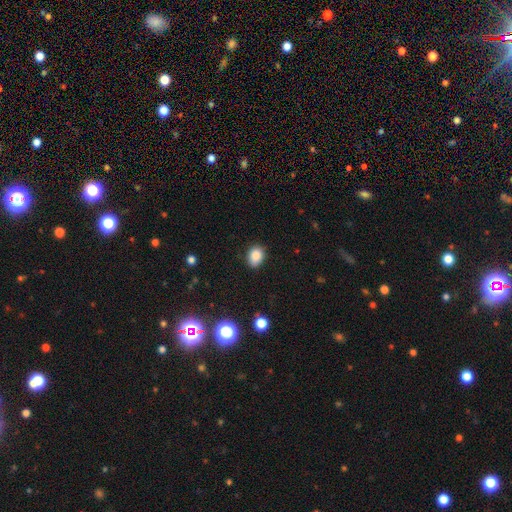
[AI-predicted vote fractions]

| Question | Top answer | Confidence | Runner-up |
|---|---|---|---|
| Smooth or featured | smooth | 86% | star or artifact (10%) |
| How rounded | in between | 66% | round (33%) |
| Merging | none | 80% | minor disturbance (15%) |